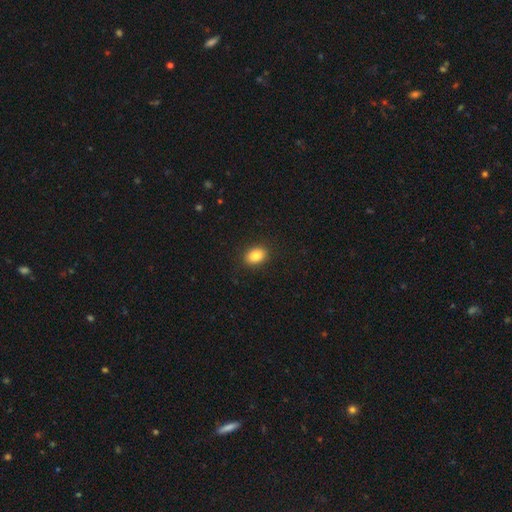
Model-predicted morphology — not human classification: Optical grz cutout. It shows a smooth galaxy with no disk features (84%) that is in between round and cigar-shaped (74%). Merging: none (89%).